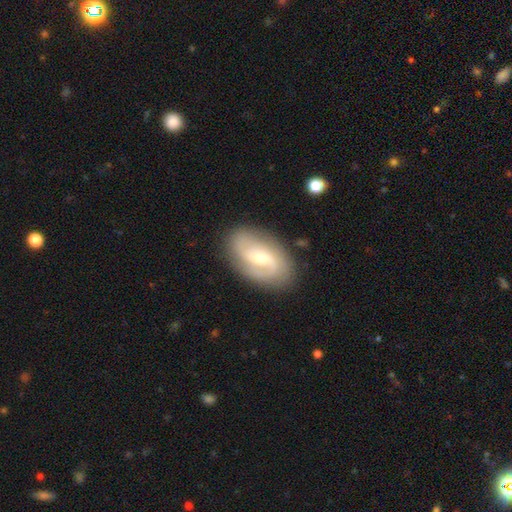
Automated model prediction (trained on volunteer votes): smooth-or-featured: featured or disk: 75% | smooth: 18% | star or artifact: 7%
  disk-edge-on: no: 95% | yes: 5%
    bar: weak: 48% | no: 34% | strong: 18%
    has-spiral-arms: yes: 91% | no: 9%
      spiral-winding: medium: 40% | tight: 33% | loose: 27%
      spiral-arm-count: 2: 70% | can't tell: 15% | 3: 7% | 1: 4% | 4: 2% | more than 4: 2%
    bulge-size: moderate: 50% | small: 45% | large: 3% | none: 1% | dominant: 1%
  merging: none: 83% | minor disturbance: 12% | major disturbance: 4% | merger: 1%